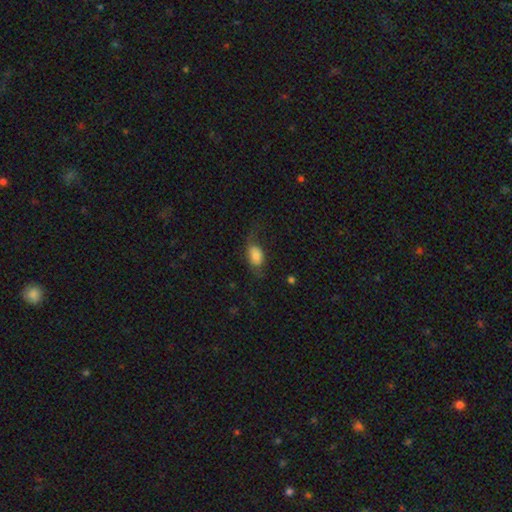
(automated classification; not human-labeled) smooth 72%, featured or disk 20%, star or artifact 8%. Down the decision tree: how rounded — in between (87%); merging — none (46%).